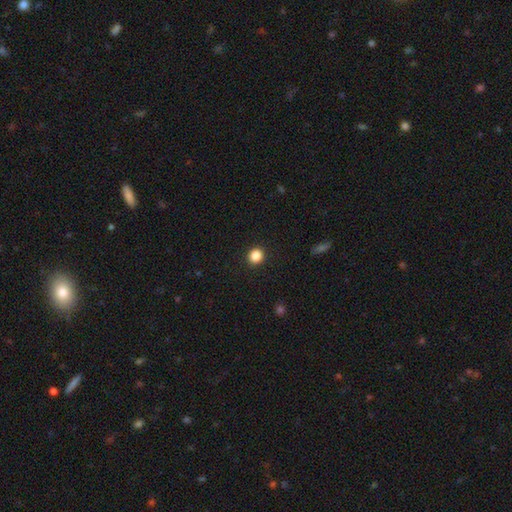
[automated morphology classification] A smooth galaxy with no disk features (86%) that is round (88%). Merging: none (92%).